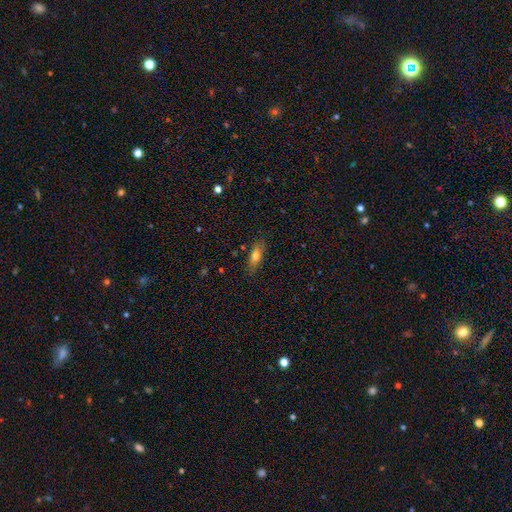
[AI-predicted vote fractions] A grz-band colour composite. It shows a smooth galaxy with no disk features (69%) that is in between round and cigar-shaped (69%). Merging: none (83%).